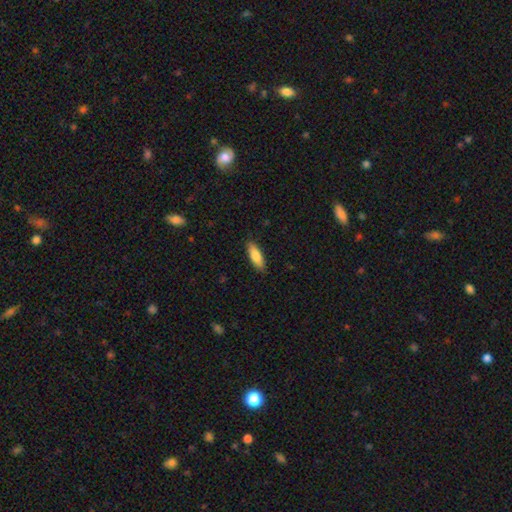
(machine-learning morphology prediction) Smooth or featured?
  - smooth: 82% *
  - featured or disk: 12%
  - star or artifact: 6%
How rounded?
  - in between: 61% *
  - cigar-shaped: 38%
  - round: 2%
Merging?
  - none: 88% *
  - minor disturbance: 9%
  - major disturbance: 2%
  - merger: 1%